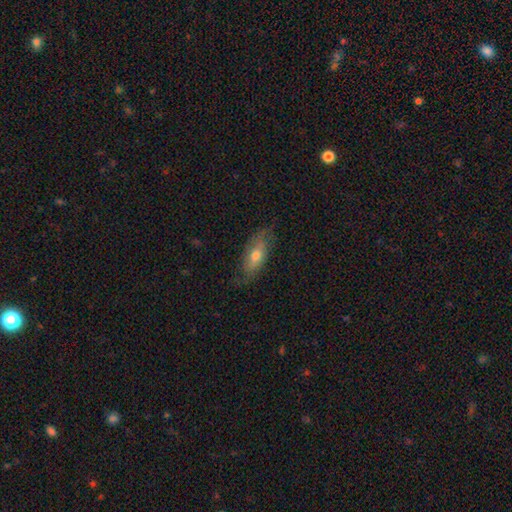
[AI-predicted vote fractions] smooth 51%, featured or disk 42%, star or artifact 7%. Down the decision tree: how rounded — in between (75%); merging — none (71%).